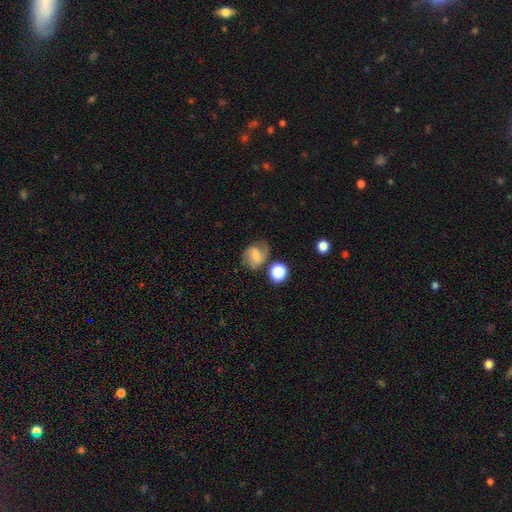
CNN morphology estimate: A featured or disk galaxy (51%). Merging: none (66%).